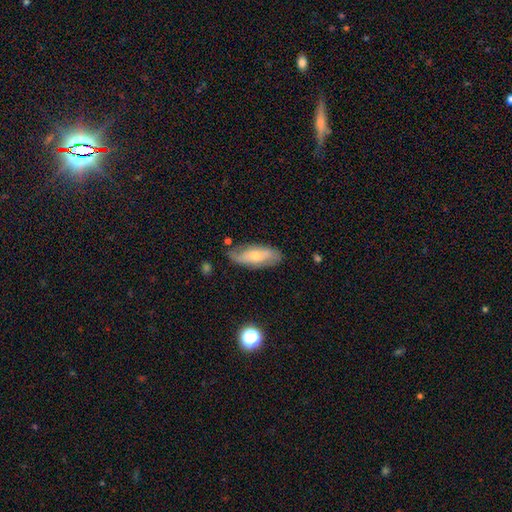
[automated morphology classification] smooth_or_featured: smooth (p=0.48) [alt: featured or disk p=0.45]
merging: none (p=0.69) [alt: minor disturbance p=0.22]